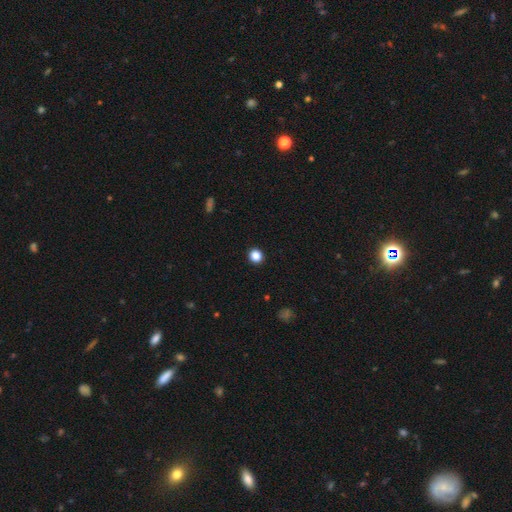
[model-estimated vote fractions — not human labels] Q: Smooth or featured?
A: smooth (85%); runner-up: star or artifact (12%)
Q: How rounded?
A: round (91%); runner-up: in between (8%)
Q: Merging?
A: none (93%); runner-up: minor disturbance (4%)